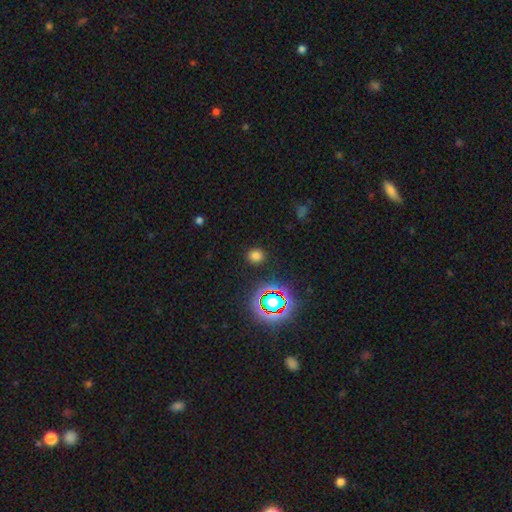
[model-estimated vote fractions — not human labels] Smooth or featured? Predicted: smooth (p=0.72). How rounded? Predicted: round (p=0.83). Merging? Predicted: none (p=0.89).